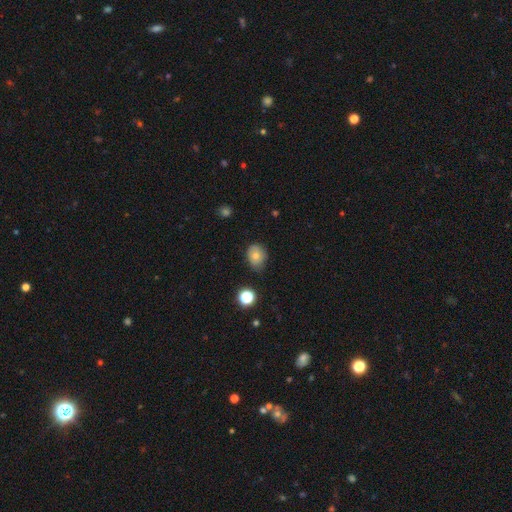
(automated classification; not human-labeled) A smooth galaxy with no disk features (72%) that is round (52%).

Vote fractions:
- Smooth or featured? smooth: 72% / featured or disk: 16% / star or artifact: 12%
- How rounded? round: 52% / in between: 47% / cigar-shaped: 1%
- Merging? none: 71% / minor disturbance: 22% / major disturbance: 5% / merger: 2%